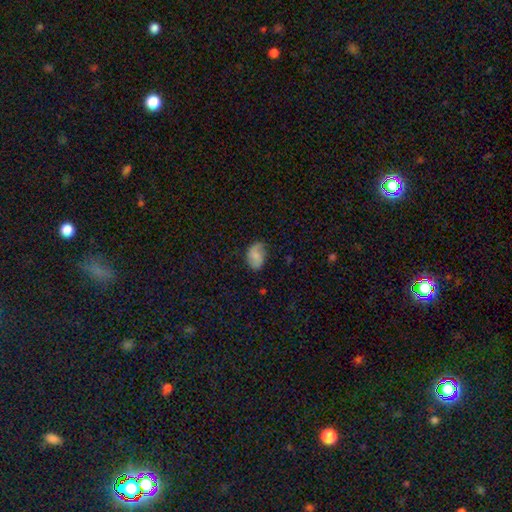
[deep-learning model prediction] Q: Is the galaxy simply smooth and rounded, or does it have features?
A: smooth — 66%.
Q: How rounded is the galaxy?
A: in between — 83%.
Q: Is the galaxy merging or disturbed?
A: none — 65%.